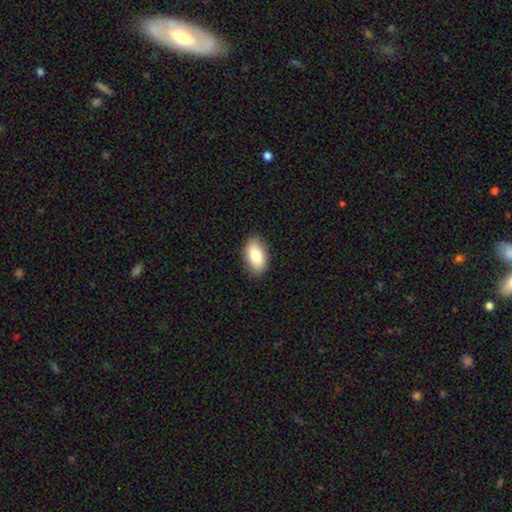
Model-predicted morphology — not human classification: This appears to be a smooth galaxy with no disk features (80%) that is in between round and cigar-shaped (93%). Merging: none (88%).